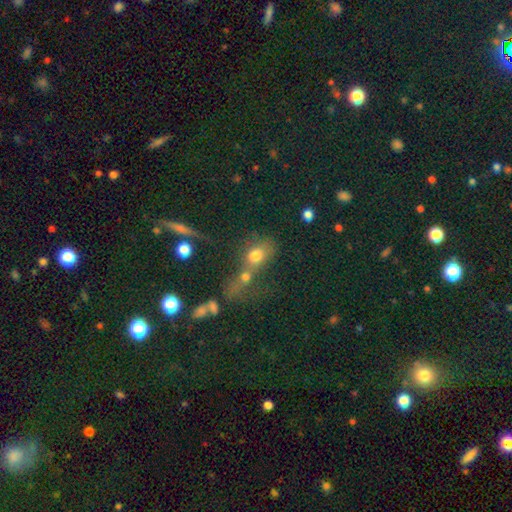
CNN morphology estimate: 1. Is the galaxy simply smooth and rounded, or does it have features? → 68% smooth, 17% featured or disk, 16% star or artifact.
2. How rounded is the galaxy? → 59% in between, 36% round, 4% cigar-shaped.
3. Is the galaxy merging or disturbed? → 61% merger, 21% none, 10% major disturbance, 8% minor disturbance.